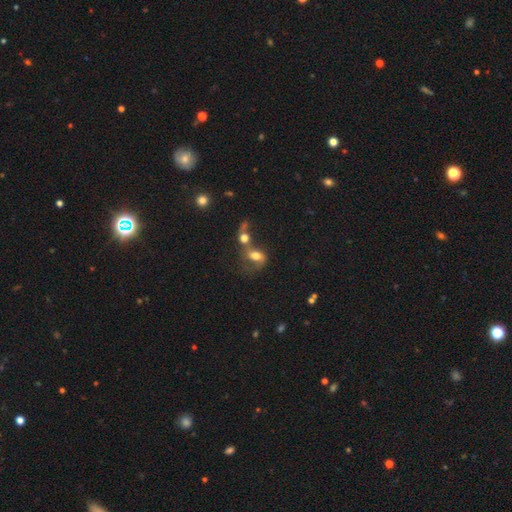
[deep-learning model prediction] Q: Smooth or featured?
A: smooth (55%); runner-up: featured or disk (32%)
Q: How rounded?
A: in between (71%); runner-up: round (26%)
Q: Merging?
A: merger (61%); runner-up: major disturbance (15%)